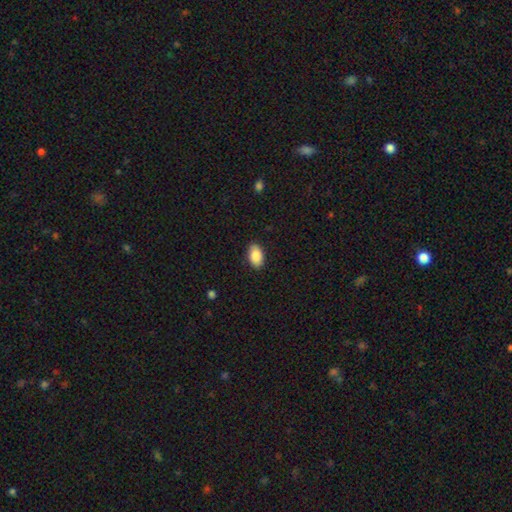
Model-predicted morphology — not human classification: smooth 88%, star or artifact 7%, featured or disk 5%. Down the decision tree: how rounded — in between (92%); merging — none (88%).